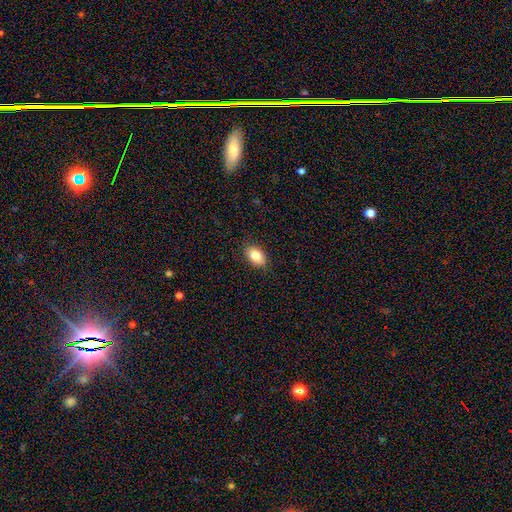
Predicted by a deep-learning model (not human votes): smooth-or-featured: smooth: 83% | featured or disk: 9% | star or artifact: 8%
  how-rounded: in between: 88% | round: 10% | cigar-shaped: 1%
  merging: none: 87% | minor disturbance: 10% | major disturbance: 2% | merger: 1%